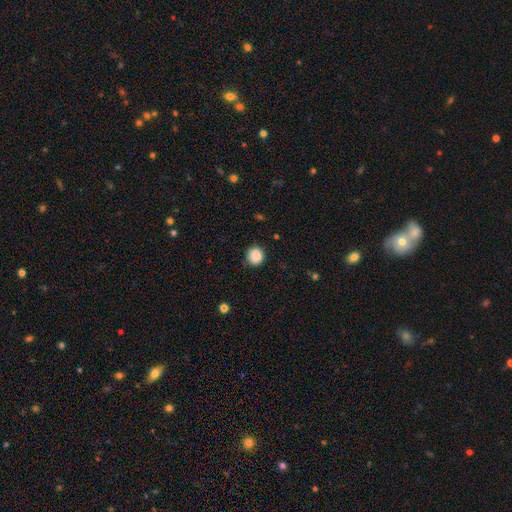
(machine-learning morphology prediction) Smooth or featured?
  - smooth: 88% *
  - star or artifact: 9%
  - featured or disk: 4%
How rounded?
  - round: 86% *
  - in between: 13%
  - cigar-shaped: 1%
Merging?
  - none: 83% *
  - minor disturbance: 13%
  - major disturbance: 3%
  - merger: 1%